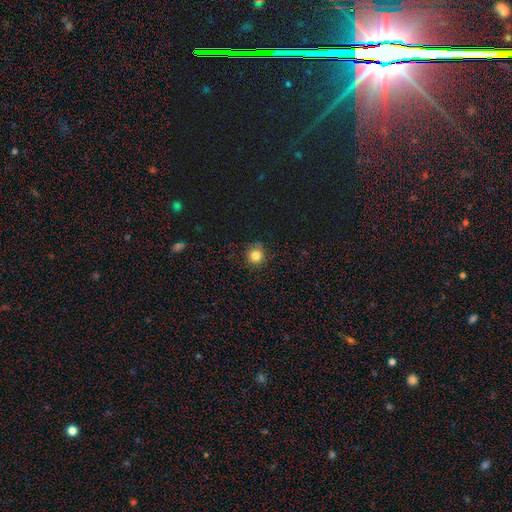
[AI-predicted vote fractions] smooth-or-featured: smooth: 81% | star or artifact: 13% | featured or disk: 6%
  how-rounded: round: 93% | in between: 7% | cigar-shaped: 1%
  merging: none: 84% | minor disturbance: 12% | major disturbance: 3% | merger: 1%